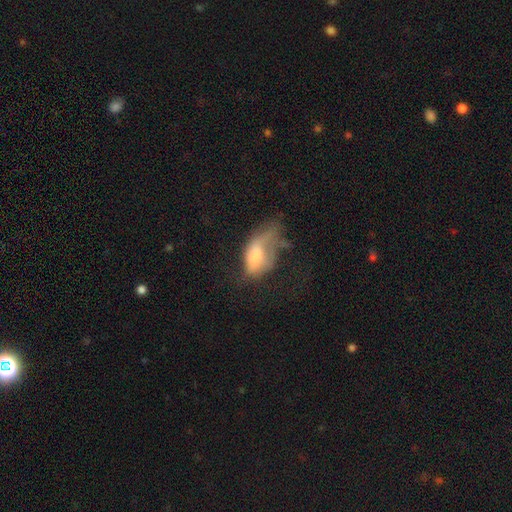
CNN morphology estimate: Smooth or featured?
  - smooth: 54% *
  - featured or disk: 36%
  - star or artifact: 9%
How rounded?
  - in between: 88% *
  - round: 7%
  - cigar-shaped: 5%
Merging?
  - major disturbance: 53% *
  - minor disturbance: 23%
  - none: 18%
  - merger: 6%